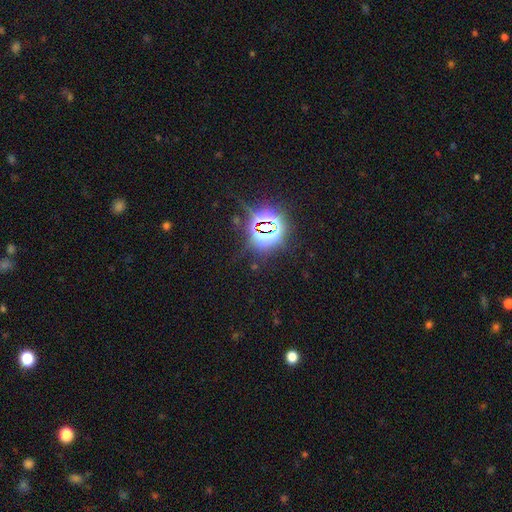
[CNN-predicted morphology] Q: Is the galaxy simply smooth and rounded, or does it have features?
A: star or artifact — 83%.